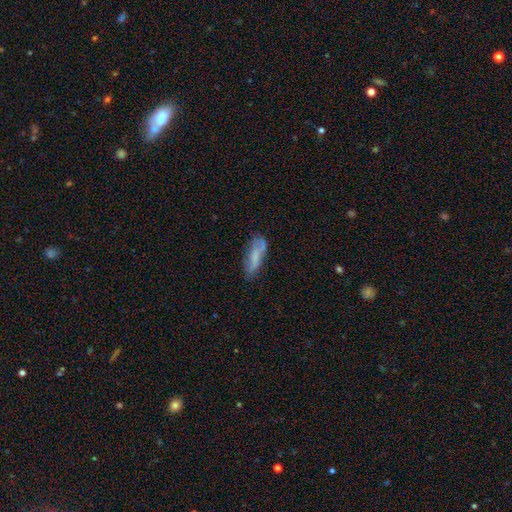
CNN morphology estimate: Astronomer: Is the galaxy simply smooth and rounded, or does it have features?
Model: smooth — 53% (runner-up: featured or disk, 38%).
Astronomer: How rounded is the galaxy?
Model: in between — 58% (runner-up: cigar-shaped, 40%).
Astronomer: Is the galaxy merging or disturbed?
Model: none — 57%.